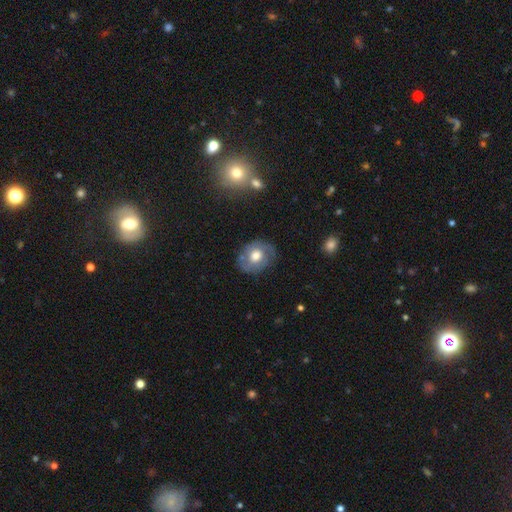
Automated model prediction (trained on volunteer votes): This appears to be a smooth galaxy with no disk features (46%, tied with featured or disk). Merging: none (72%).